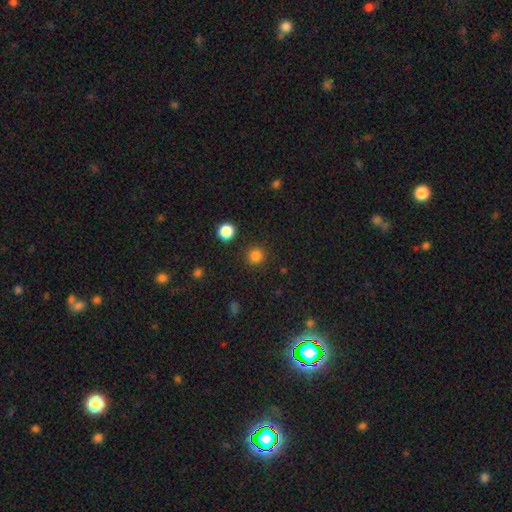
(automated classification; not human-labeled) Morphology: type=smooth (82%); roundness=round (94%); merging=none (90%).